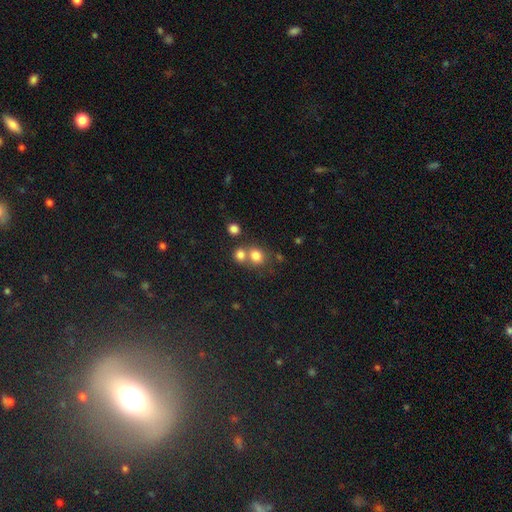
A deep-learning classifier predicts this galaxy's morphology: Smooth or featured? smooth (78%)
How rounded? round (72%)
Merging? none (47%)